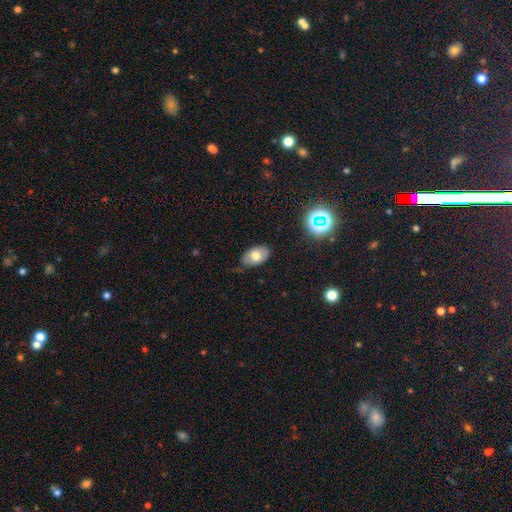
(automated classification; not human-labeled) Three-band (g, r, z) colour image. It shows a smooth galaxy with no disk features (70%) that is in between round and cigar-shaped (90%). Merging: none (74%).